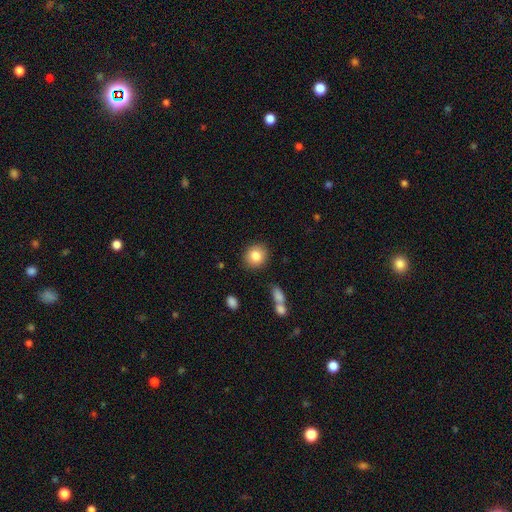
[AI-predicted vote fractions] This appears to be a smooth galaxy with no disk features (83%) that is round (81%). Merging: none (88%).